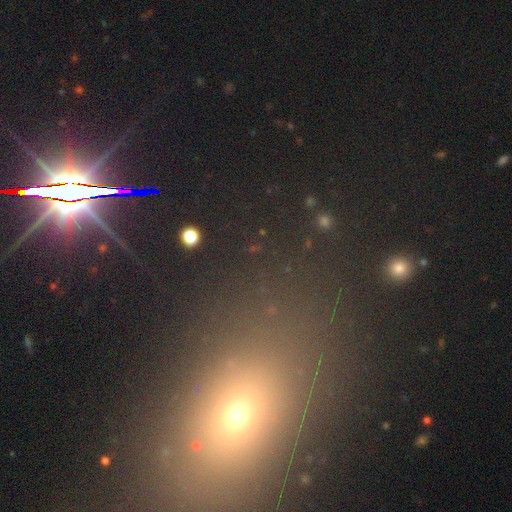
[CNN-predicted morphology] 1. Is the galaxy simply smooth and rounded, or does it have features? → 52% star or artifact, 34% smooth, 14% featured or disk.